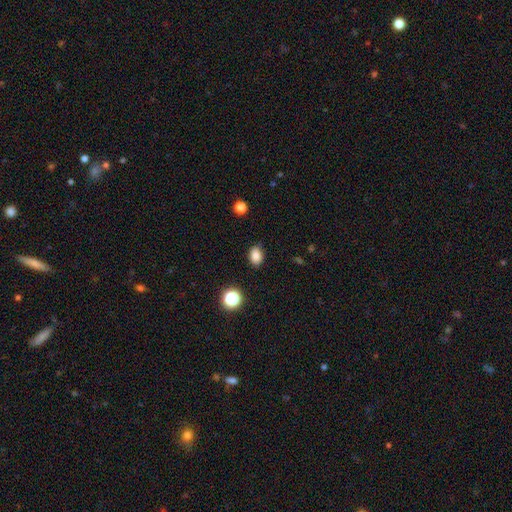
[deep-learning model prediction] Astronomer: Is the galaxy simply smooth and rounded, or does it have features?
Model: smooth — 84%.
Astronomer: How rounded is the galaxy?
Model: in between — 70%.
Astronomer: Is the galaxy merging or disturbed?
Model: none — 83%.